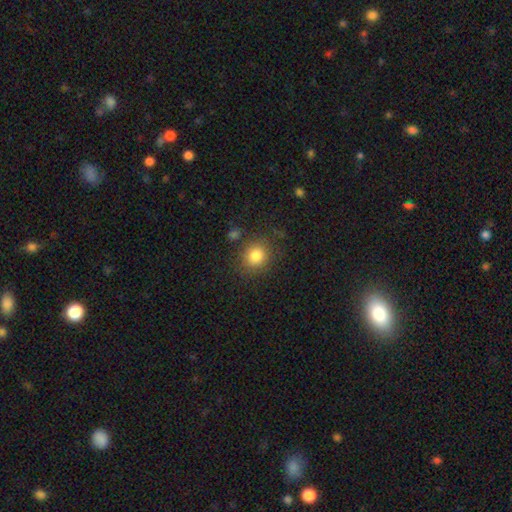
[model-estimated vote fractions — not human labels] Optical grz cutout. It shows a smooth galaxy with no disk features (82%) that is round (79%). Merging: none (83%).